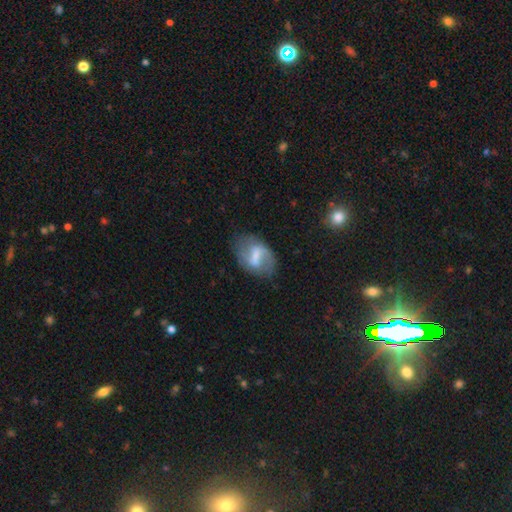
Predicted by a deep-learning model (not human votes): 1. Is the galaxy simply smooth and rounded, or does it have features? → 57% featured or disk, 36% smooth, 8% star or artifact.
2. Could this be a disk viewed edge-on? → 95% no, 5% yes.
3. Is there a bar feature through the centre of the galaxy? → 45% strong, 43% weak, 12% no.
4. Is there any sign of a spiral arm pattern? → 60% yes, 40% no.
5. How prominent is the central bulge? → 33% small, 32% moderate, 27% none, 7% large, 1% dominant.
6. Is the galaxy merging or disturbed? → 67% none, 21% minor disturbance, 10% major disturbance, 2% merger.